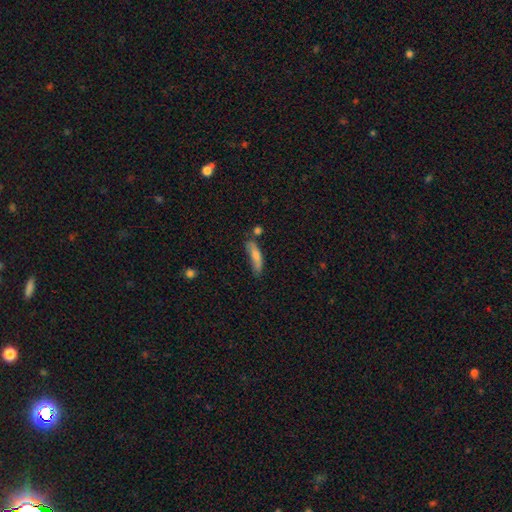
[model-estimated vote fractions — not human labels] Q: Smooth or featured?
A: smooth (76%); runner-up: featured or disk (17%)
Q: How rounded?
A: cigar-shaped (65%); runner-up: in between (33%)
Q: Merging?
A: none (47%); runner-up: minor disturbance (30%)